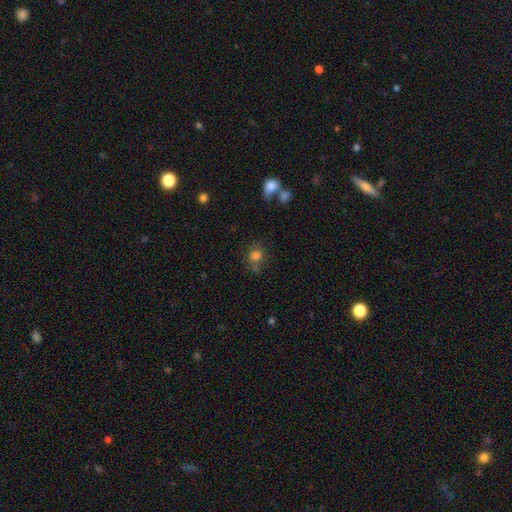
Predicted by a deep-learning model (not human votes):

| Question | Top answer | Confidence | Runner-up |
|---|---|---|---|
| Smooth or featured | smooth | 78% | star or artifact (13%) |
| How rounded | round | 67% | in between (32%) |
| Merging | none | 58% | minor disturbance (18%) |